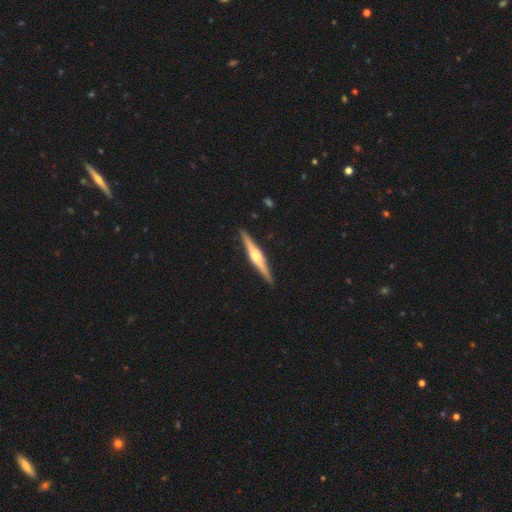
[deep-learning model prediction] This appears to be a featured or disk galaxy (76%) viewed edge-on (98%) with a rounded central bulge (88%). Merging: none (91%).